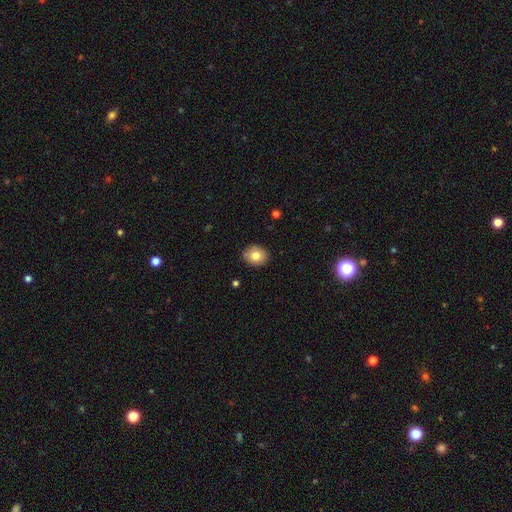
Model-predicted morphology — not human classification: Q: Smooth or featured?
A: smooth (80%); runner-up: featured or disk (12%)
Q: How rounded?
A: round (62%); runner-up: in between (37%)
Q: Merging?
A: none (85%); runner-up: minor disturbance (12%)